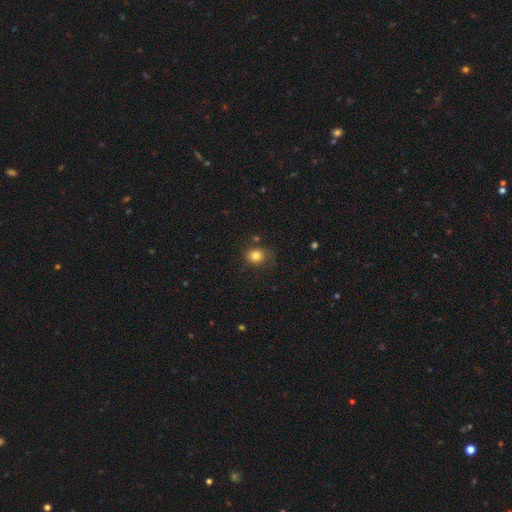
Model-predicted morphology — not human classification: Smooth or featured: smooth — 81% (star or artifact — 12%)
How rounded: round — 73% (in between — 26%)
Merging: none — 73% (minor disturbance — 18%)